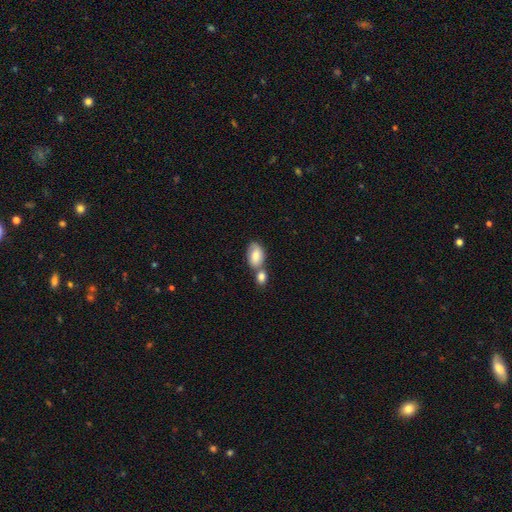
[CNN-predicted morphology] A smooth galaxy with no disk features (76%) that is in between round and cigar-shaped (86%).

Vote fractions:
- Smooth or featured? smooth: 76% / featured or disk: 17% / star or artifact: 7%
- How rounded? in between: 86% / round: 12% / cigar-shaped: 2%
- Merging? merger: 47% / none: 37% / minor disturbance: 12% / major disturbance: 4%